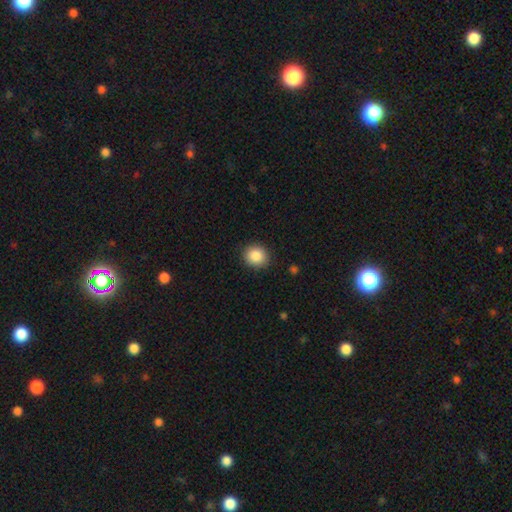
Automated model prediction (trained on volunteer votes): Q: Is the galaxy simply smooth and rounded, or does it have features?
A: smooth — 87%.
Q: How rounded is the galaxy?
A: round — 81%.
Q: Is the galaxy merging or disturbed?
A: none — 89%.